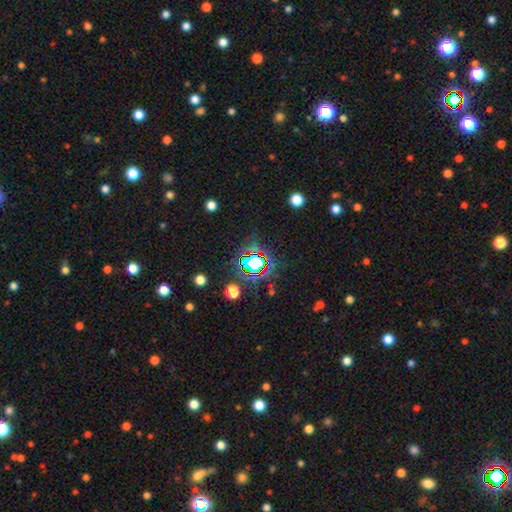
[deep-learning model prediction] Smooth or featured? star or artifact (76%)